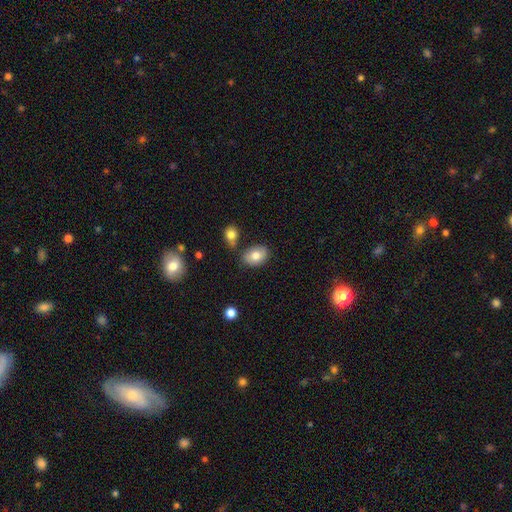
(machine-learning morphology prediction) Smooth or featured? Predicted: smooth (p=0.77). How rounded? Predicted: in between (p=0.71). Merging? Predicted: none (p=0.70).